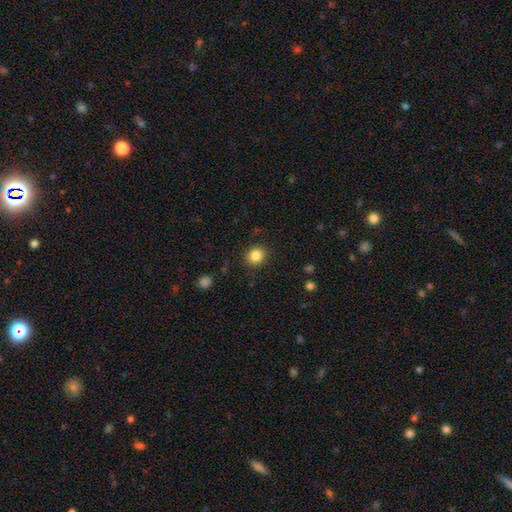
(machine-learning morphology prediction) A smooth galaxy with no disk features (85%) that is round (75%). Merging: none (88%).